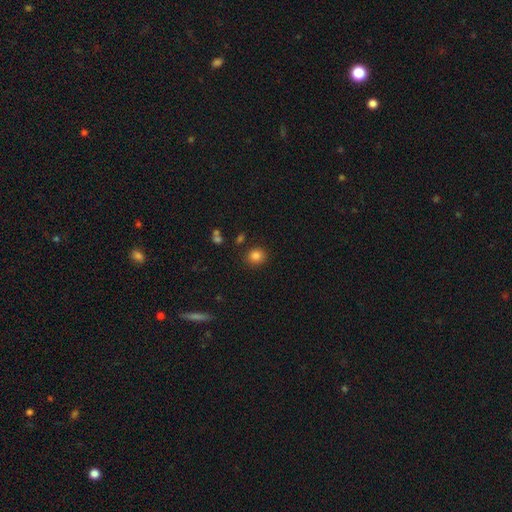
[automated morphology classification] Smooth or featured?
  - smooth: 84% *
  - star or artifact: 11%
  - featured or disk: 5%
How rounded?
  - round: 79% *
  - in between: 20%
  - cigar-shaped: 1%
Merging?
  - none: 87% *
  - minor disturbance: 8%
  - merger: 3%
  - major disturbance: 3%